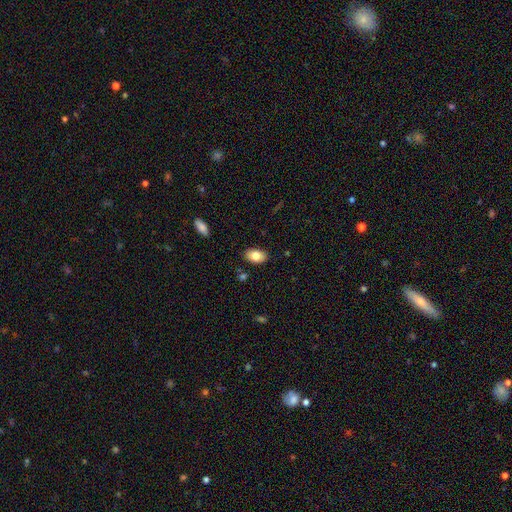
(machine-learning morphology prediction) This is likely a smooth galaxy (80%). How rounded: clearly in between (91%). Merging: clearly none (86%).